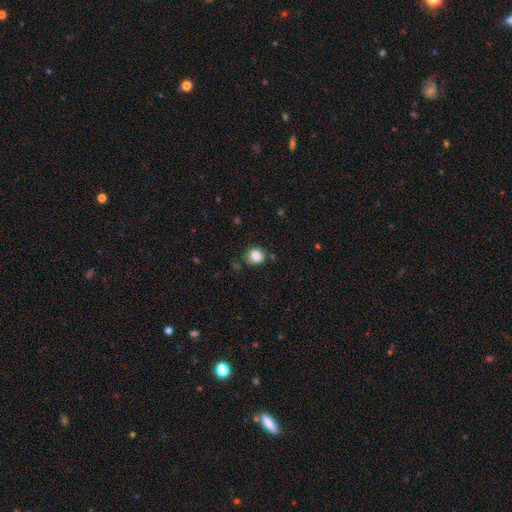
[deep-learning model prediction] smooth_or_featured: smooth (p=0.83) [alt: star or artifact p=0.10]
how_rounded: round (p=0.79) [alt: in between p=0.20]
merging: none (p=0.79) [alt: minor disturbance p=0.14]